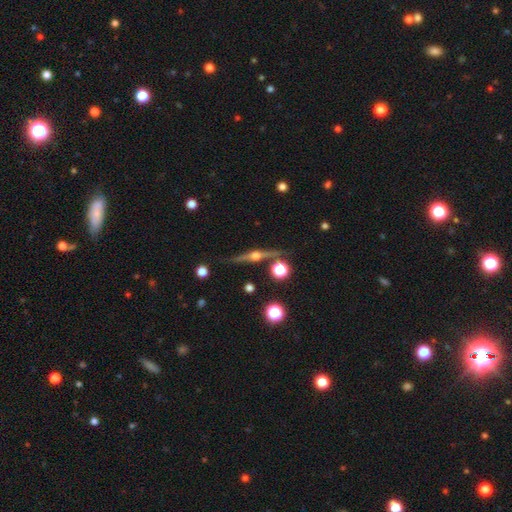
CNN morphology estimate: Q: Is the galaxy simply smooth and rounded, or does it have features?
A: featured or disk — 81%.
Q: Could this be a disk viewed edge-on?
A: yes — 97%.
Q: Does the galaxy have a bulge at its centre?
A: rounded — 95%.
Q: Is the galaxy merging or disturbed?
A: none — 86%.